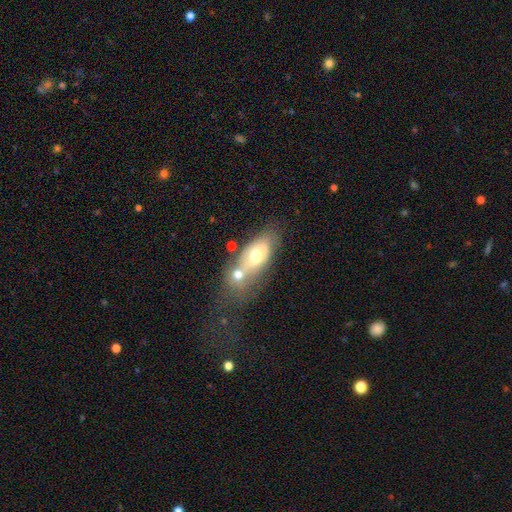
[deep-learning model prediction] This appears to be a smooth galaxy with no disk features (48%). Merging: merger (51%).